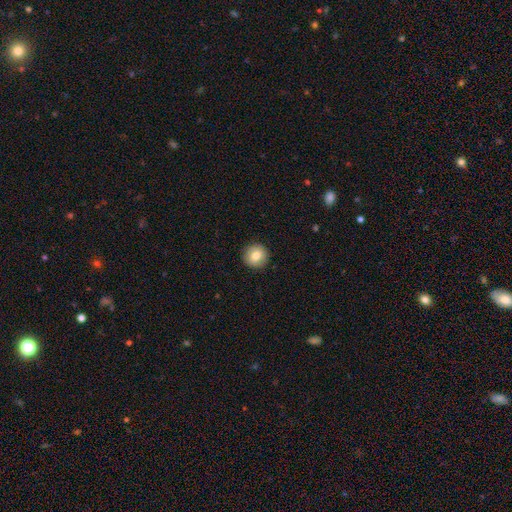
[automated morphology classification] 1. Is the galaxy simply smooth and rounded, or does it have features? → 79% smooth, 13% featured or disk, 8% star or artifact.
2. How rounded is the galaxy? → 94% round, 5% in between, 1% cigar-shaped.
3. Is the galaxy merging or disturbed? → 92% none, 5% minor disturbance, 2% major disturbance, 1% merger.